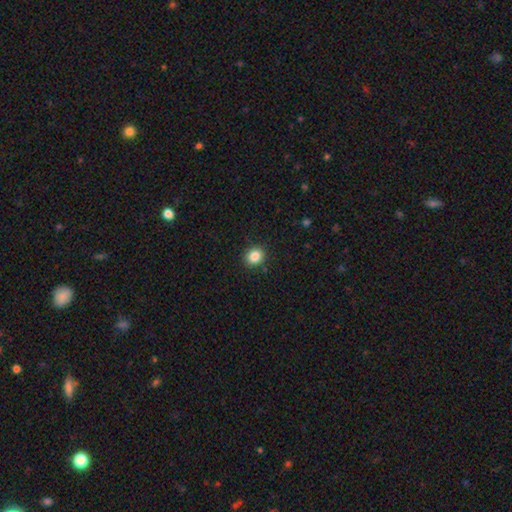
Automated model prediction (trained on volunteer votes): Smooth or featured: smooth — 85% (star or artifact — 10%)
How rounded: round — 75% (in between — 24%)
Merging: none — 89% (minor disturbance — 7%)